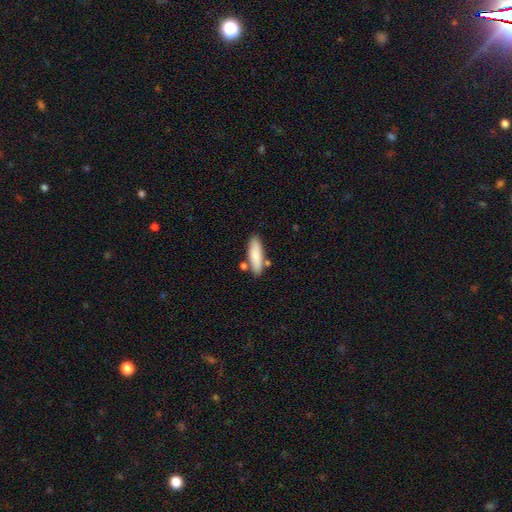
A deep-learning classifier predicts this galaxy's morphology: Smooth or featured?
  - smooth: 82% *
  - featured or disk: 12%
  - star or artifact: 6%
How rounded?
  - cigar-shaped: 52% *
  - in between: 46%
  - round: 2%
Merging?
  - none: 77% *
  - minor disturbance: 12%
  - merger: 8%
  - major disturbance: 3%